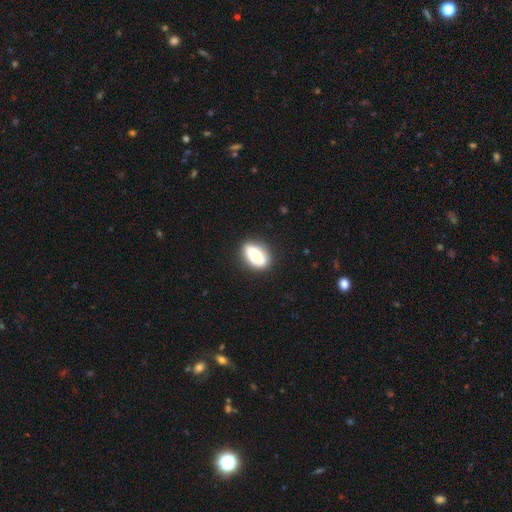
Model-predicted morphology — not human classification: smooth 81%, featured or disk 12%, star or artifact 7%. Down the decision tree: how rounded — in between (89%); merging — none (79%).